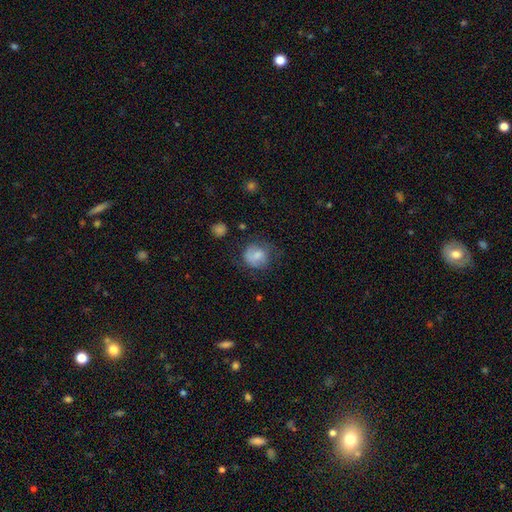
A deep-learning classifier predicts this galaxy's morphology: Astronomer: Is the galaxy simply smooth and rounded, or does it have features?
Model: smooth — 71%.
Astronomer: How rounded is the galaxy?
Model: round — 72%.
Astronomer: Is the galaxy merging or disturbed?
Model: none — 53%.